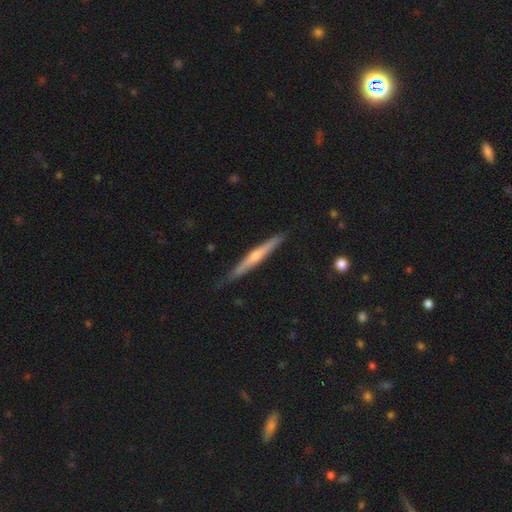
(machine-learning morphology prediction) Smooth or featured: featured or disk — 69% (smooth — 25%)
Edge-on disk: yes — 97% (no — 3%)
Edge-on bulge: rounded — 77% (none — 19%)
Merging: none — 87% (minor disturbance — 10%)